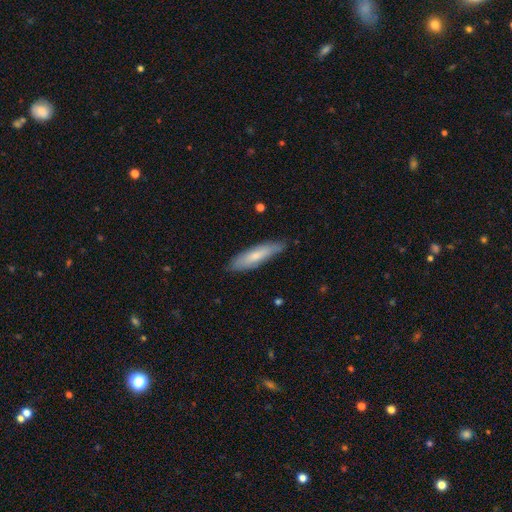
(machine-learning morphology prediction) Smooth or featured: smooth — 67% (featured or disk — 27%)
How rounded: cigar-shaped — 71% (in between — 27%)
Merging: none — 79% (minor disturbance — 17%)